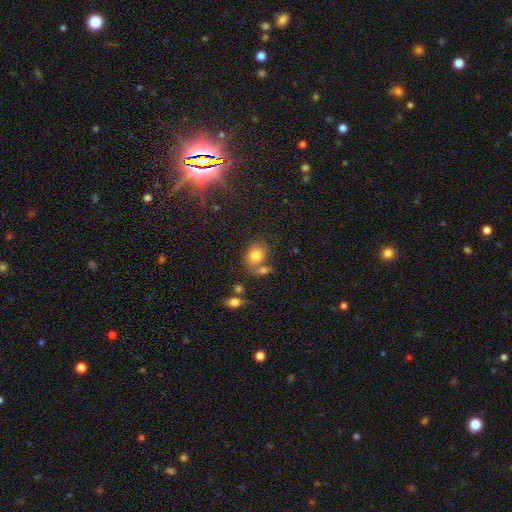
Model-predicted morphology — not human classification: smooth 82%, star or artifact 10%, featured or disk 8%. Down the decision tree: how rounded — round (52%); merging — none (56%).